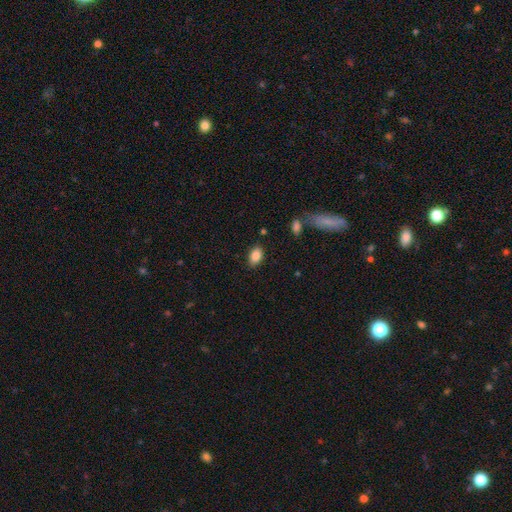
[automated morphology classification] This appears to be a smooth galaxy with no disk features (87%) that is in between round and cigar-shaped (88%). Merging: none (84%).